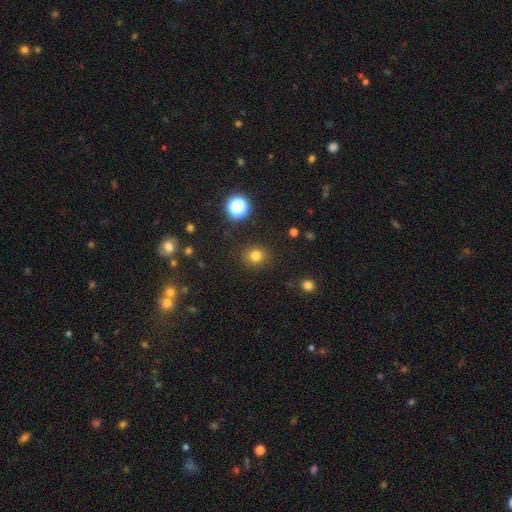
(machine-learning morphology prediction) Q: Smooth or featured?
A: smooth (80%); runner-up: star or artifact (15%)
Q: How rounded?
A: round (81%); runner-up: in between (18%)
Q: Merging?
A: none (88%); runner-up: minor disturbance (8%)